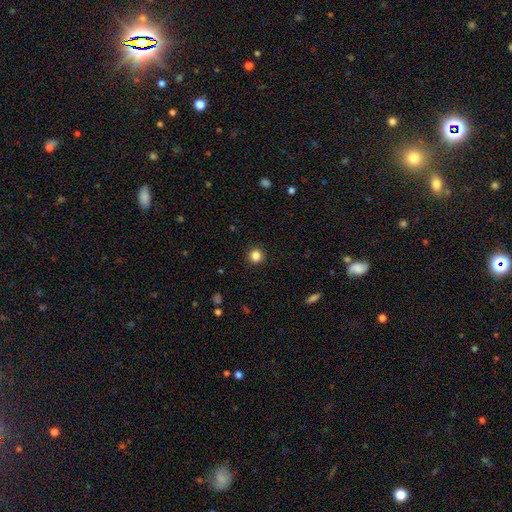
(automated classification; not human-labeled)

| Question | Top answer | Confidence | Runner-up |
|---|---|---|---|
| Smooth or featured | smooth | 84% | star or artifact (11%) |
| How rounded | round | 94% | in between (5%) |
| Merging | none | 92% | minor disturbance (5%) |